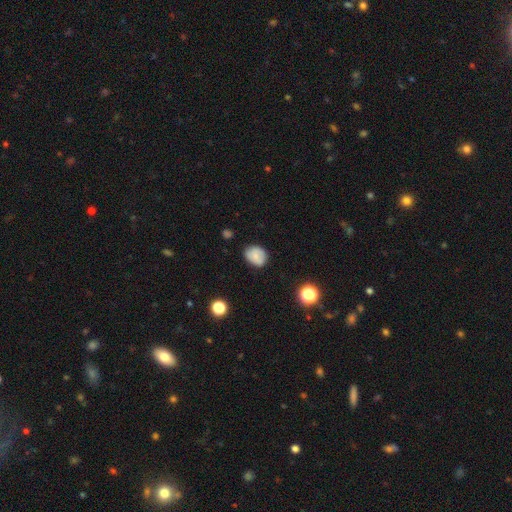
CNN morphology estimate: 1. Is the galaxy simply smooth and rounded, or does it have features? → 75% smooth, 15% featured or disk, 9% star or artifact.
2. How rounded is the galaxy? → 53% in between, 46% round, 1% cigar-shaped.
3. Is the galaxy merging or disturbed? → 76% none, 19% minor disturbance, 4% major disturbance, 2% merger.